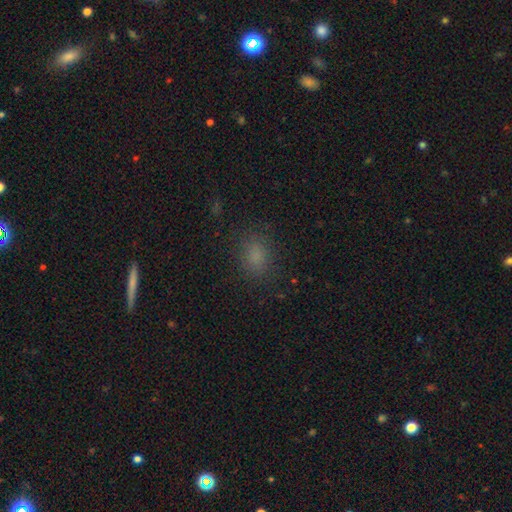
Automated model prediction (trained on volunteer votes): Overall: smooth (79%). How rounded: in between (56%; round 42%). Merging: none (82%).